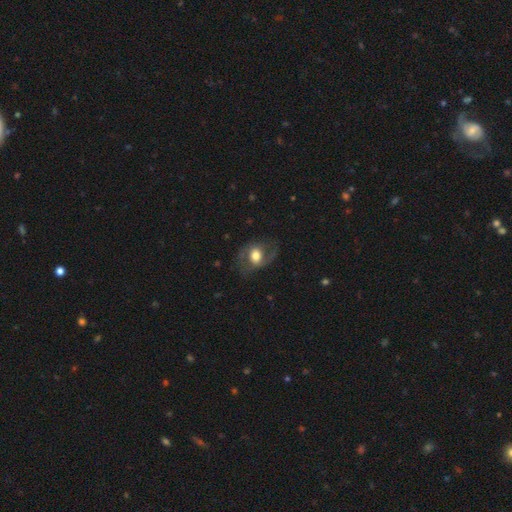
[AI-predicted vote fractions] Morphology: type=featured or disk (55%); edge-on=no (95%); bar=no (58%); spiral arms=yes (66%); bulge=moderate (48%); merging=none (67%).